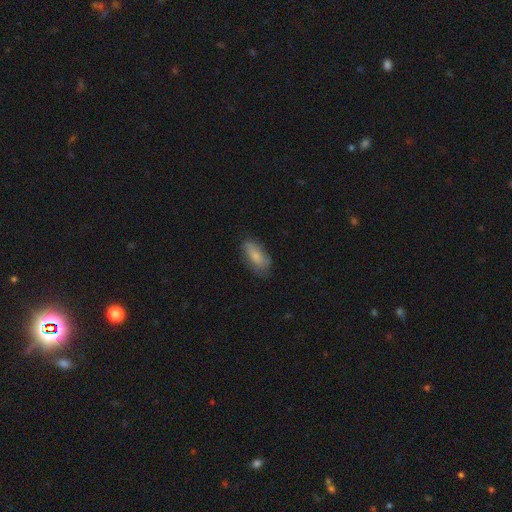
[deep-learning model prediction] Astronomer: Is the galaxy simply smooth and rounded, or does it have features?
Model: smooth — 77%.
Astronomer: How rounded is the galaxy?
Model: in between — 84%.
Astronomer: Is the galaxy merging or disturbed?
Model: none — 70%.